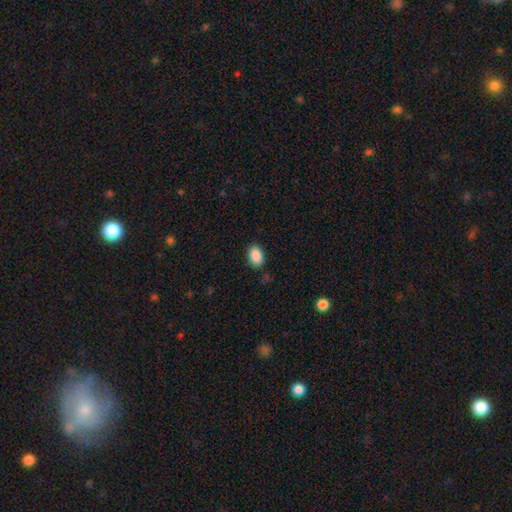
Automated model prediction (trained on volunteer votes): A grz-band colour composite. It shows a smooth galaxy with no disk features (89%) that is in between round and cigar-shaped (87%). Merging: none (86%).